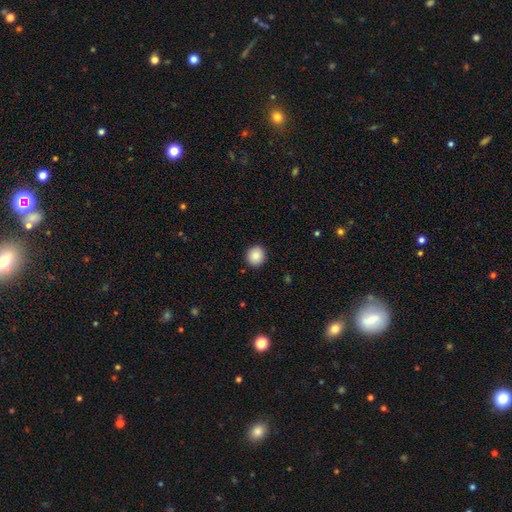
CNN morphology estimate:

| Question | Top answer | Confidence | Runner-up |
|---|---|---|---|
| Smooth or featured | smooth | 88% | star or artifact (8%) |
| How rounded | round | 88% | in between (11%) |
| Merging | none | 91% | minor disturbance (6%) |